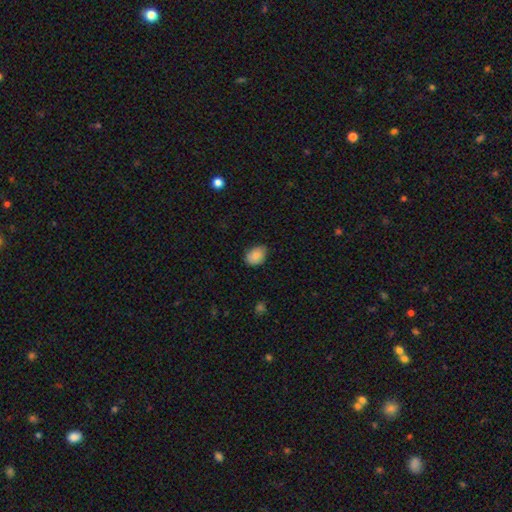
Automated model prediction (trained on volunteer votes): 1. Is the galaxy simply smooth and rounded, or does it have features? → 86% smooth, 7% star or artifact, 6% featured or disk.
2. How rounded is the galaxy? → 76% in between, 23% round, 1% cigar-shaped.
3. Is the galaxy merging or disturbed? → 76% none, 21% minor disturbance, 3% major disturbance, 1% merger.